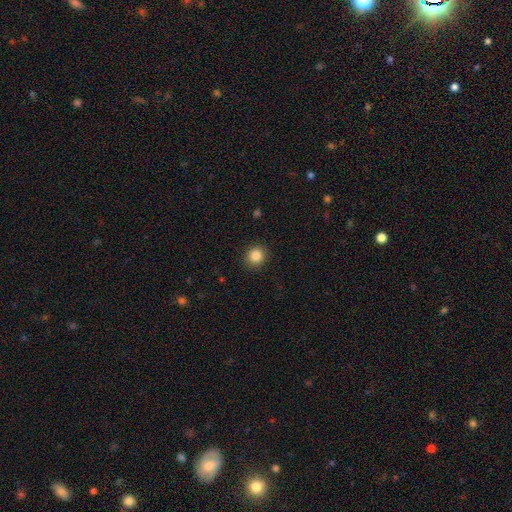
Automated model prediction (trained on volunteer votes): Morphology: type=smooth (85%); roundness=round (89%); merging=none (90%).